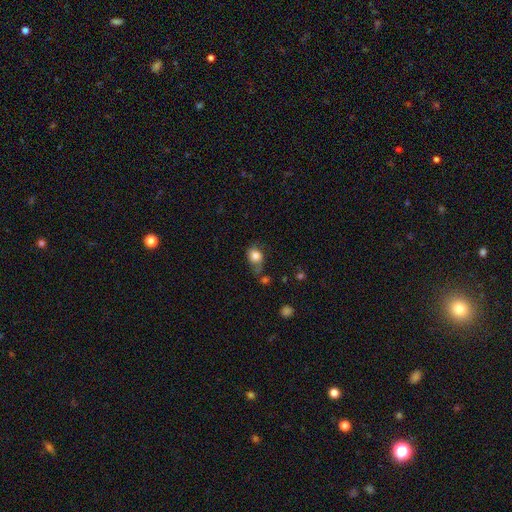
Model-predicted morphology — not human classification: This is clearly a smooth galaxy (80%). How rounded: possibly round (50%). Merging: marginally none (44%).